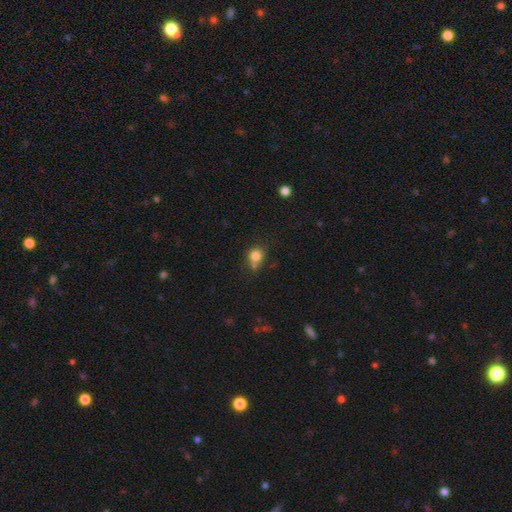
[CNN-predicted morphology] type=smooth (81%); roundness=round (78%); merging=none (56%).